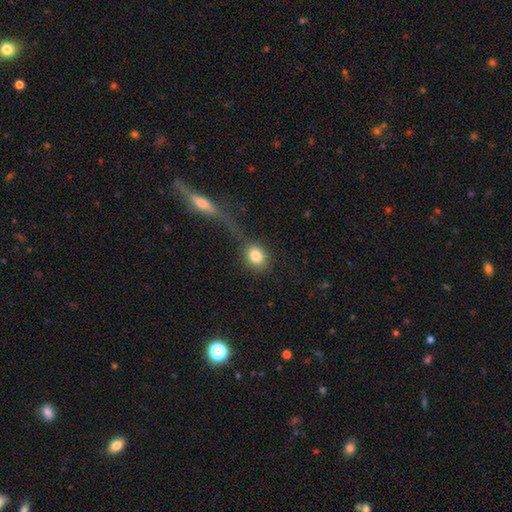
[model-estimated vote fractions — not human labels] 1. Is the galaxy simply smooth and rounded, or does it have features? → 83% smooth, 9% star or artifact, 8% featured or disk.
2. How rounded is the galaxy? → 62% round, 36% in between, 2% cigar-shaped.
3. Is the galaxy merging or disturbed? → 61% none, 15% merger, 12% minor disturbance, 12% major disturbance.